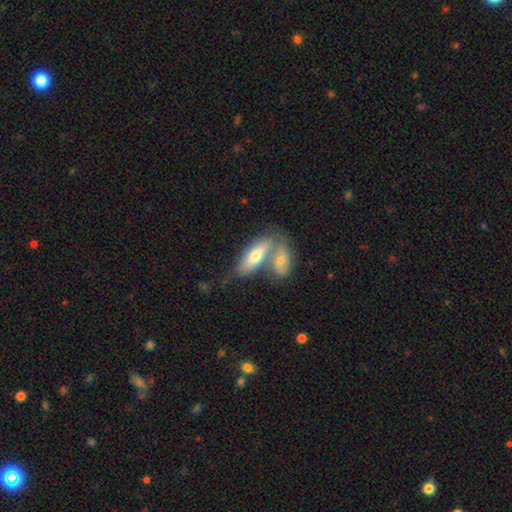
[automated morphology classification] type=smooth (63%); roundness=in between (66%); merging=merger (54%).